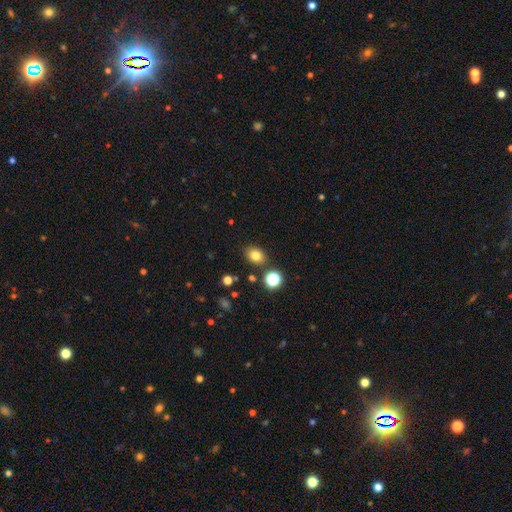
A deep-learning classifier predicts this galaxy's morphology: Smooth or featured? smooth (79%)
How rounded? in between (59%)
Merging? none (82%)